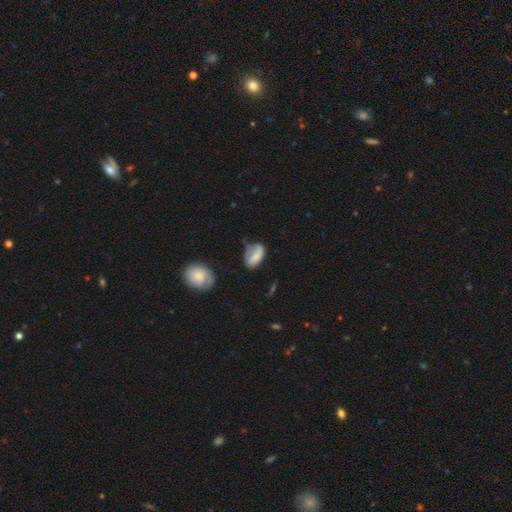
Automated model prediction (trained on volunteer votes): smooth 73%, featured or disk 19%, star or artifact 8%. Down the decision tree: how rounded — in between (90%); merging — none (42%).